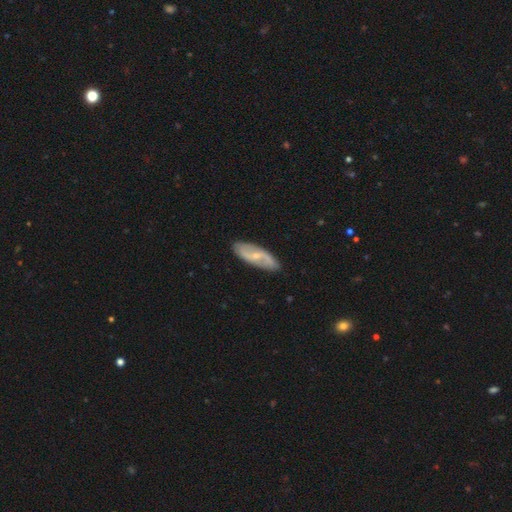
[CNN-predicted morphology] The model was most divided on "bar": weak: 44%, no: 38%, strong: 18%. More confident: spiral arm count — 2 (87%); edge-on disk — no (86%); spiral arms — yes (86%); merging — none (86%); bulge size — small (71%); smooth or featured — featured or disk (69%); spiral winding — loose (54%).